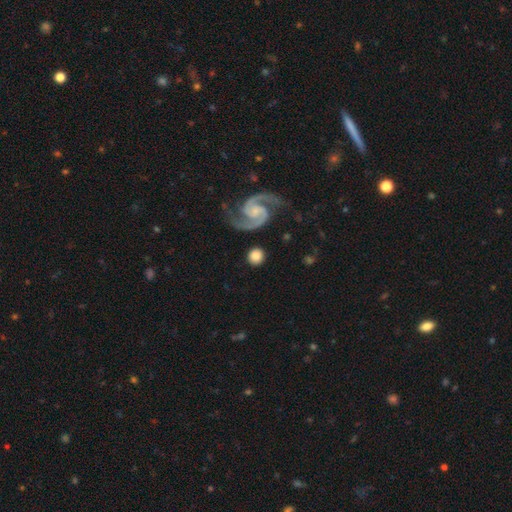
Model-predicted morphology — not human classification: smooth_or_featured: smooth (p=0.59) [alt: featured or disk p=0.34]
how_rounded: round (p=0.90) [alt: in between p=0.09]
merging: none (p=0.84) [alt: minor disturbance p=0.09]